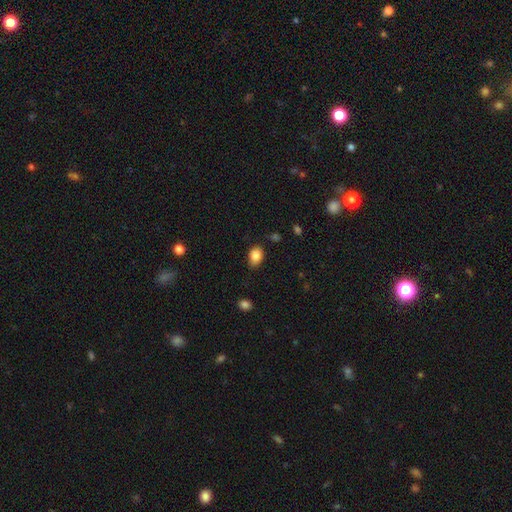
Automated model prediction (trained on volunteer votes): Overall: smooth (86%). How rounded: in between (78%). Merging: none (79%).